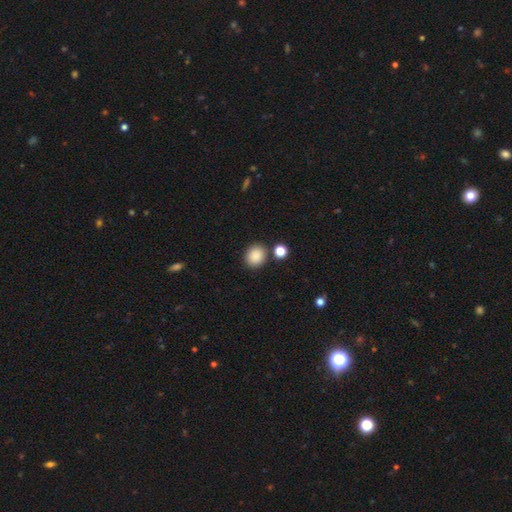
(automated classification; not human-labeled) smooth 87%, star or artifact 9%, featured or disk 4%. Down the decision tree: how rounded — round (74%); merging — none (81%).